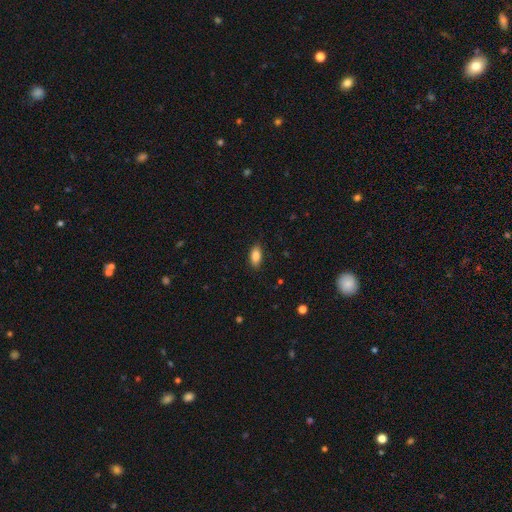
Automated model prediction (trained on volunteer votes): Q: Smooth or featured?
A: smooth (87%); runner-up: star or artifact (8%)
Q: How rounded?
A: in between (89%); runner-up: cigar-shaped (8%)
Q: Merging?
A: none (86%); runner-up: minor disturbance (11%)